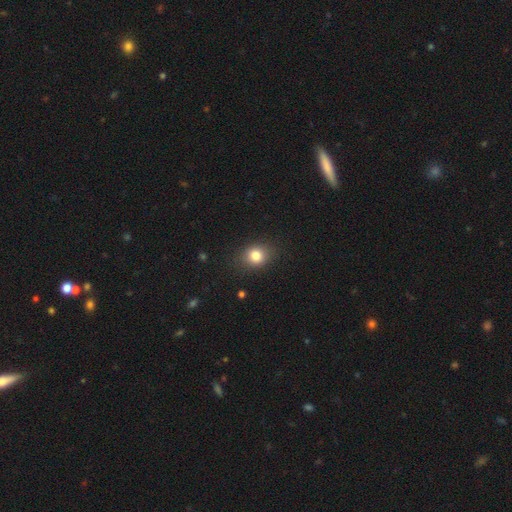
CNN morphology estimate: This appears to be a smooth galaxy with no disk features (81%) that is round (61%). Merging: none (85%).